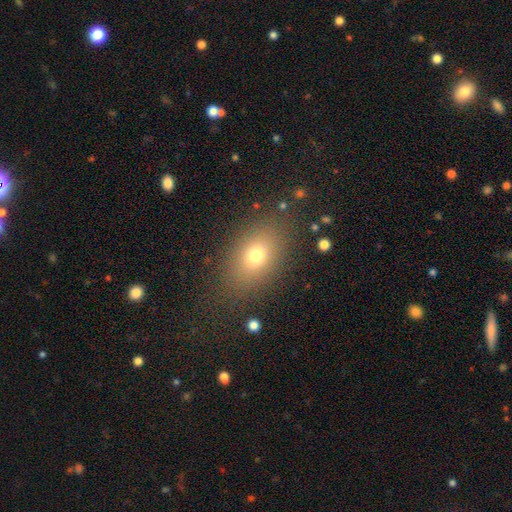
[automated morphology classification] This is likely a smooth galaxy (73%). How rounded: likely in between (78%). Merging: clearly none (82%).